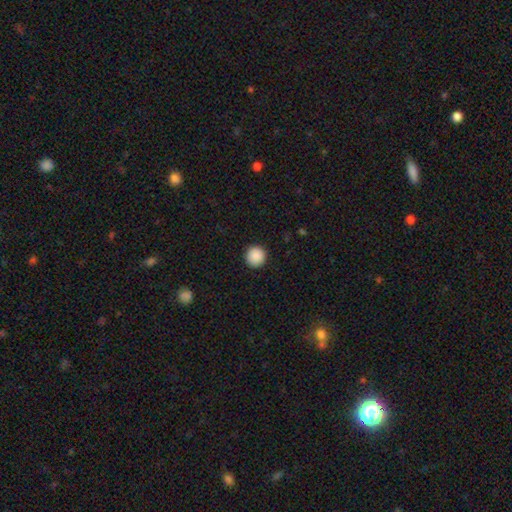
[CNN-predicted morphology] Smooth or featured? Predicted: smooth (p=0.89). How rounded? Predicted: round (p=0.96). Merging? Predicted: none (p=0.93).